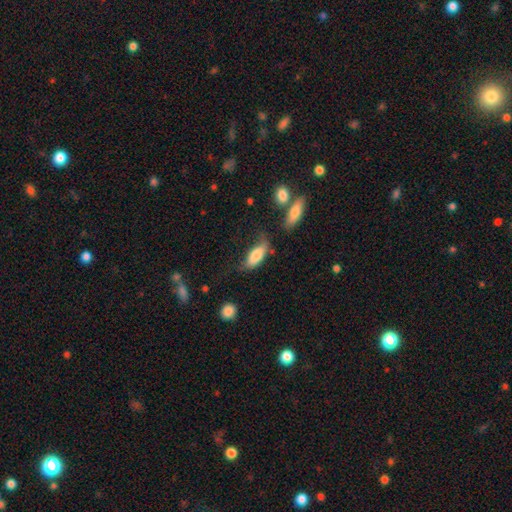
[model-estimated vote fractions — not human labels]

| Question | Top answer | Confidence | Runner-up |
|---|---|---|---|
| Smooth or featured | smooth | 80% | featured or disk (13%) |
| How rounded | in between | 81% | cigar-shaped (17%) |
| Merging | none | 42% | minor disturbance (33%) |